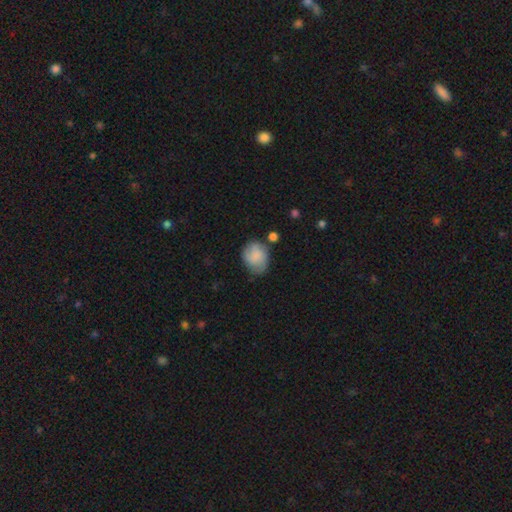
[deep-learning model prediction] Smooth or featured?
  - smooth: 71% *
  - featured or disk: 21%
  - star or artifact: 7%
How rounded?
  - round: 51% *
  - in between: 48%
  - cigar-shaped: 1%
Merging?
  - none: 56% *
  - minor disturbance: 29%
  - major disturbance: 9%
  - merger: 5%